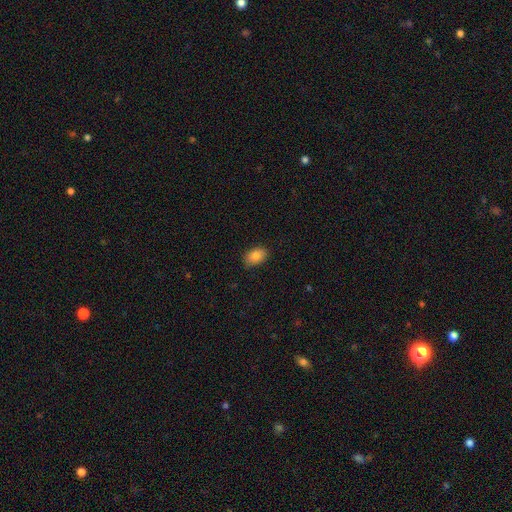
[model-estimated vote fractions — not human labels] smooth_or_featured: smooth (p=0.85) [alt: star or artifact p=0.08]
how_rounded: in between (p=0.88) [alt: round p=0.11]
merging: none (p=0.82) [alt: minor disturbance p=0.14]